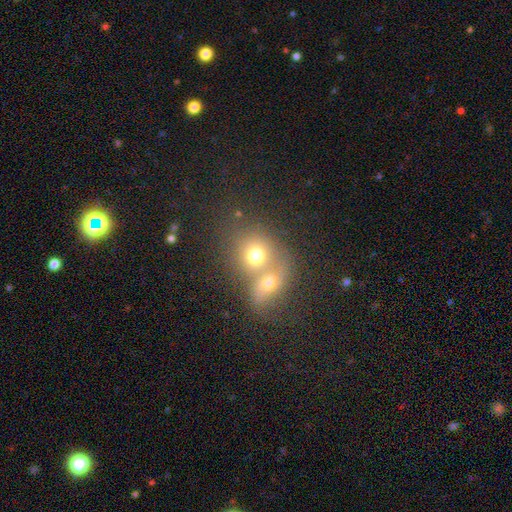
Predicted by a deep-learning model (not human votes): This is likely a smooth galaxy (68%). How rounded: likely round (68%). Merging: likely merger (64%).